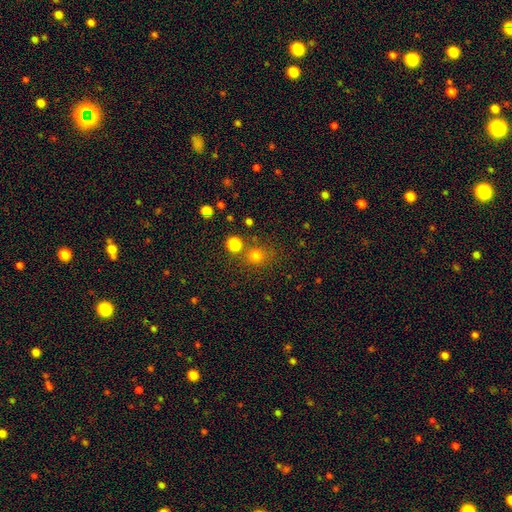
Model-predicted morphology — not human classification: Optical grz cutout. It shows a smooth galaxy with no disk features (75%) that is round (85%). Merging: none (69%).